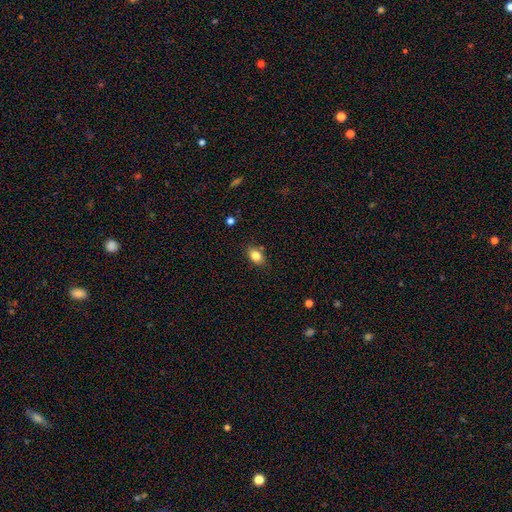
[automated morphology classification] A smooth galaxy with no disk features (83%) that is in between round and cigar-shaped (77%). Merging: none (81%).